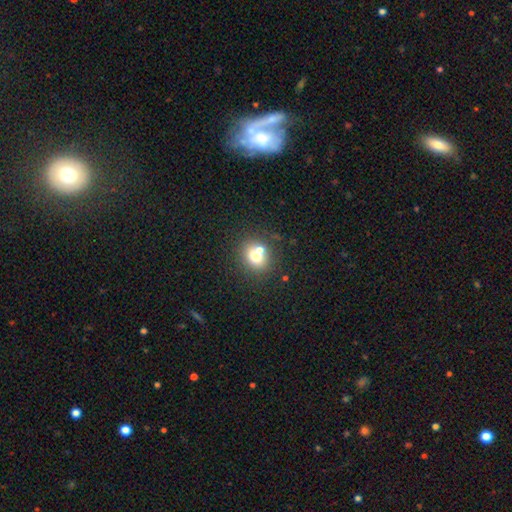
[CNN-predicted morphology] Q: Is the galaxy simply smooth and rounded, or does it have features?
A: smooth — 70%.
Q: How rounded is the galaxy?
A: round — 72%.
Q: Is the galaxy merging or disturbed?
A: none — 57%.